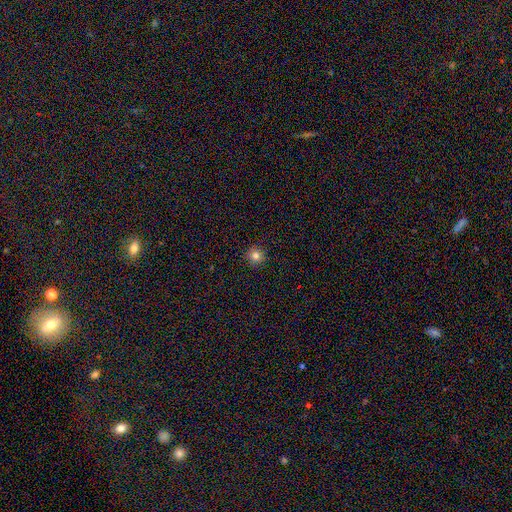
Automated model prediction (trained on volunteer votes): This is clearly a smooth galaxy (80%). How rounded: clearly round (95%). Merging: clearly none (92%).